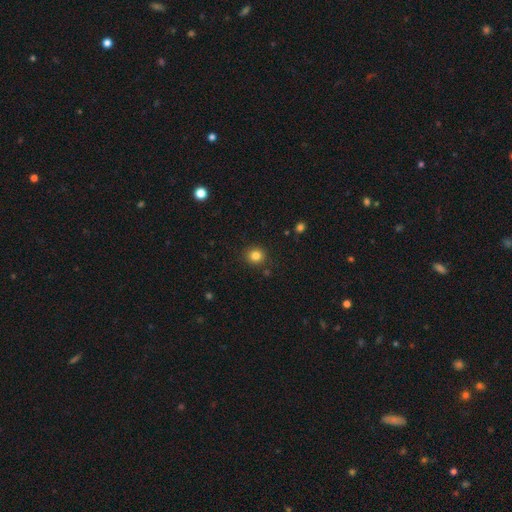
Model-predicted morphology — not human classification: Smooth or featured: smooth — 82% (star or artifact — 12%)
How rounded: round — 89% (in between — 10%)
Merging: none — 88% (minor disturbance — 7%)